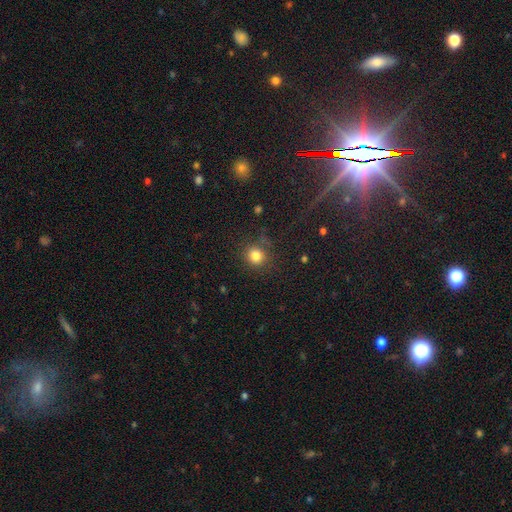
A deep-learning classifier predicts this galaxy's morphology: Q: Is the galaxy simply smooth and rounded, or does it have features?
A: smooth — 81%.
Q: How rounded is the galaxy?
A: round — 88%.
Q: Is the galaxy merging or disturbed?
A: none — 82%.